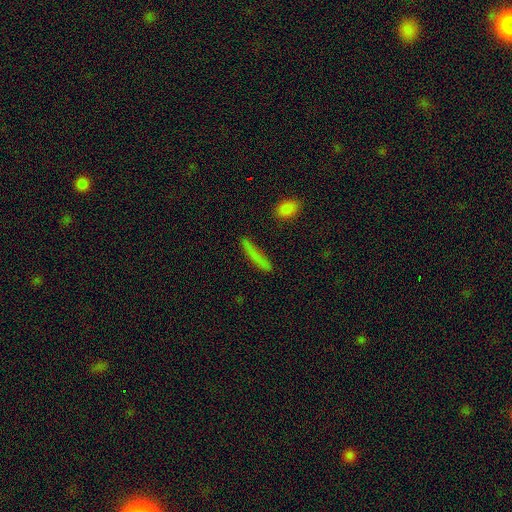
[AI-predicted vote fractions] Q: Smooth or featured?
A: smooth (77%); runner-up: featured or disk (15%)
Q: How rounded?
A: cigar-shaped (91%); runner-up: in between (7%)
Q: Merging?
A: none (82%); runner-up: minor disturbance (12%)